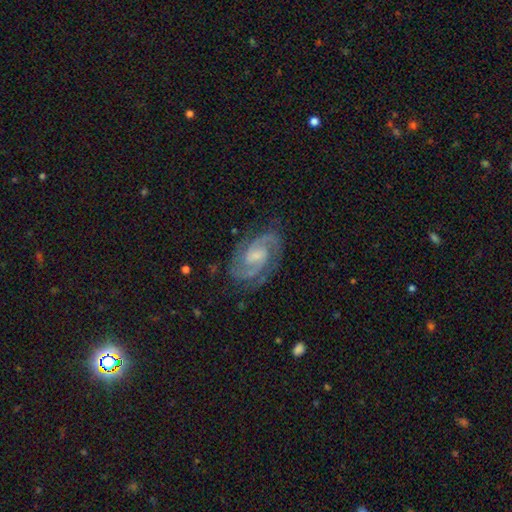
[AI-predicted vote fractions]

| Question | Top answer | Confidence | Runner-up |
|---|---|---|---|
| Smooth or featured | featured or disk | 90% | star or artifact (5%) |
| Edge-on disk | no | 98% | yes (2%) |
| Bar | weak | 52% | no (34%) |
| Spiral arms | yes | 98% | no (2%) |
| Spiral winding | medium | 48% | tight (46%) |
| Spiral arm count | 2 | 88% | 3 (5%) |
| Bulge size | small | 46% | moderate (32%) |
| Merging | none | 81% | minor disturbance (14%) |